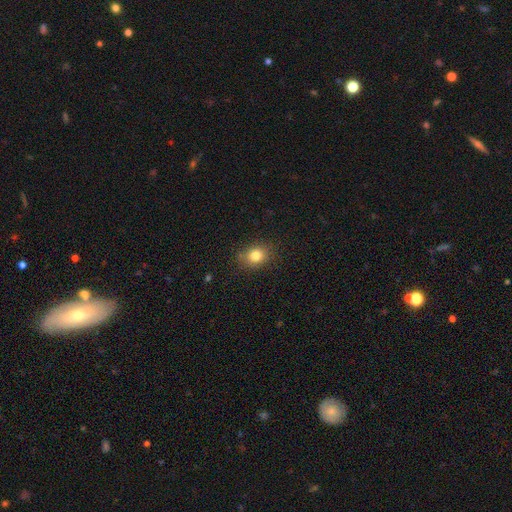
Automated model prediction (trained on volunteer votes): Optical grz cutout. It shows a smooth galaxy with no disk features (81%) that is round (53%). Merging: none (83%).